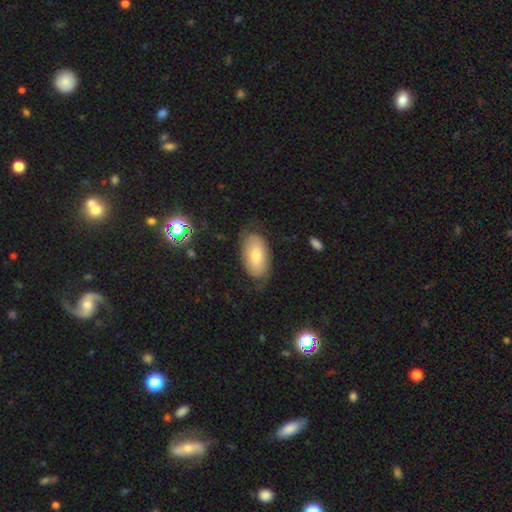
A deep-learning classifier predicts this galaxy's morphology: This is possibly a smooth galaxy (55%). How rounded: clearly in between (93%). Merging: likely none (67%).